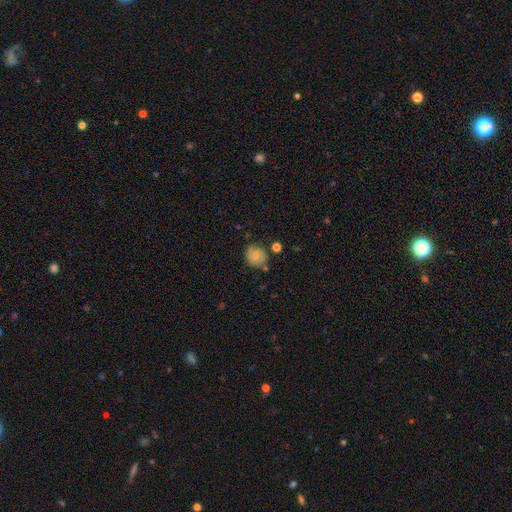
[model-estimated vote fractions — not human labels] smooth_or_featured: smooth (p=0.64) [alt: featured or disk p=0.27]
how_rounded: round (p=0.76) [alt: in between p=0.23]
merging: none (p=0.71) [alt: minor disturbance p=0.19]